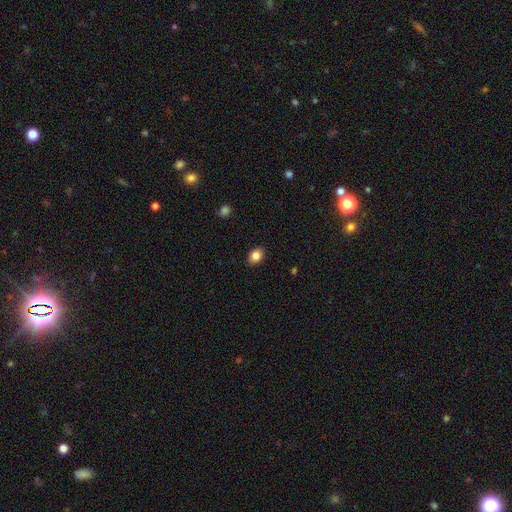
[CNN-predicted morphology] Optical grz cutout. It shows a smooth galaxy with no disk features (85%) that is in between round and cigar-shaped (68%). Merging: none (89%).